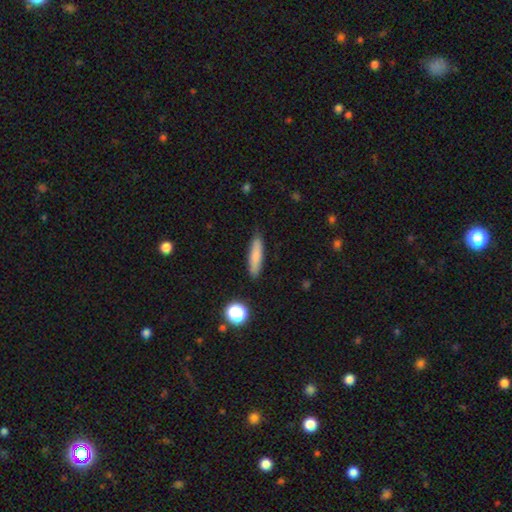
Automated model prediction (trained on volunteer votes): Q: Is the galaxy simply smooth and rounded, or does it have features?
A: smooth — 80%.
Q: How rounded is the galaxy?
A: cigar-shaped — 77%.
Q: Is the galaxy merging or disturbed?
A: none — 85%.